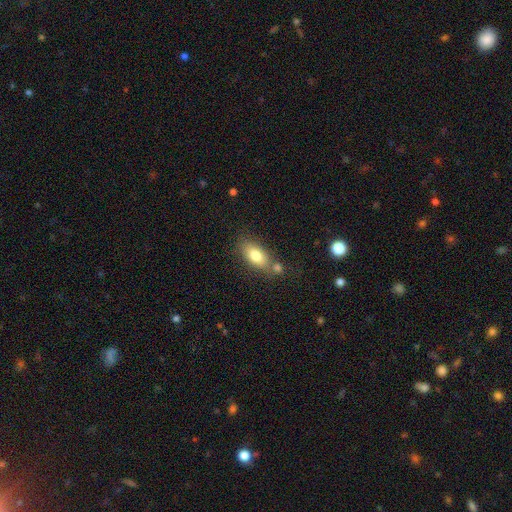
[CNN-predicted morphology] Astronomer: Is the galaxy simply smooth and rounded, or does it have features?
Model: smooth — 78%.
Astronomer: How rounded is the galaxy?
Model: in between — 86%.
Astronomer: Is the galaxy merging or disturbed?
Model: none — 60%.